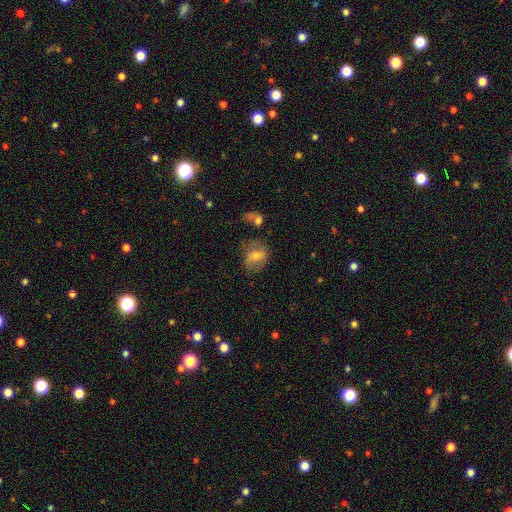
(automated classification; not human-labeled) Morphology: type=smooth (62%); roundness=in between (57%); merging=none (55%).